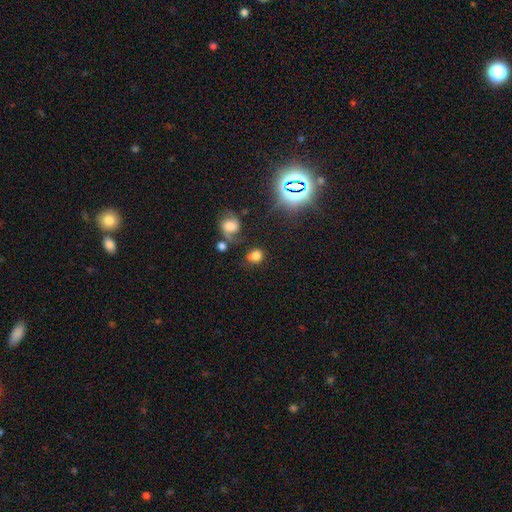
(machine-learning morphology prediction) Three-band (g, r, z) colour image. It shows a smooth galaxy with no disk features (69%) that is round (70%). Merging: none (61%).